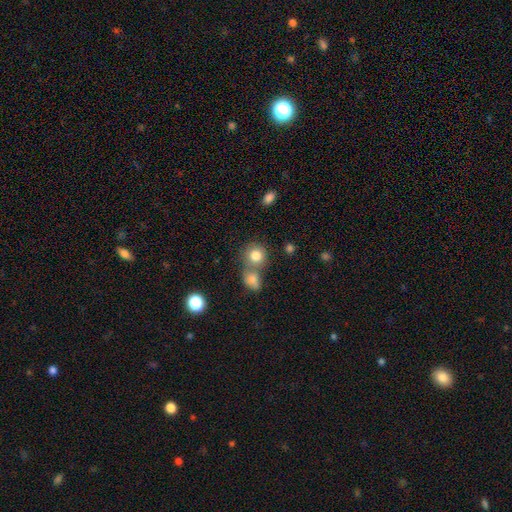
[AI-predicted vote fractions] Smooth or featured? Predicted: smooth (p=0.81). How rounded? Predicted: round (p=0.82). Merging? Predicted: none (p=0.51).